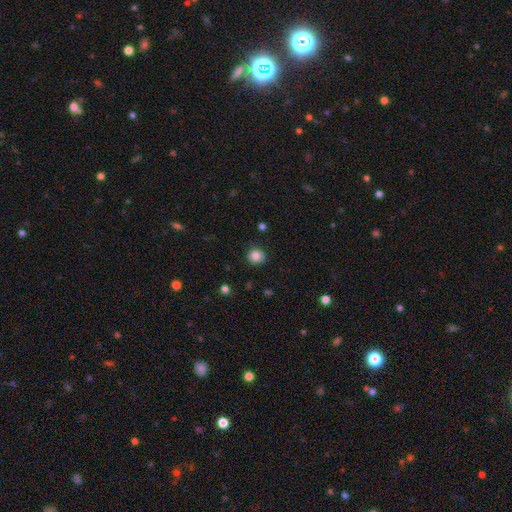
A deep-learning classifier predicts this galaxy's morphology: The model was most divided on "merging": none: 82%, minor disturbance: 14%, major disturbance: 3%, merger: 1%. More confident: how rounded — round (85%); smooth or featured — smooth (83%).